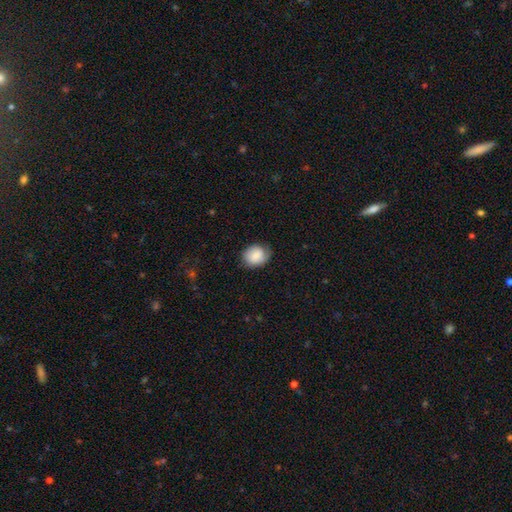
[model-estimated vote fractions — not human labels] Smooth or featured: smooth — 79% (featured or disk — 14%)
How rounded: round — 55% (in between — 44%)
Merging: none — 68% (minor disturbance — 24%)